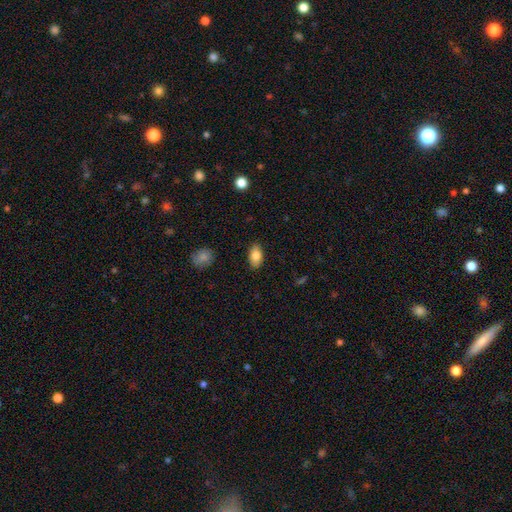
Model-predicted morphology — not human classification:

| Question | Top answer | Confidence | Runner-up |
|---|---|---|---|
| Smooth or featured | smooth | 82% | featured or disk (11%) |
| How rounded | in between | 92% | round (6%) |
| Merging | none | 88% | minor disturbance (9%) |